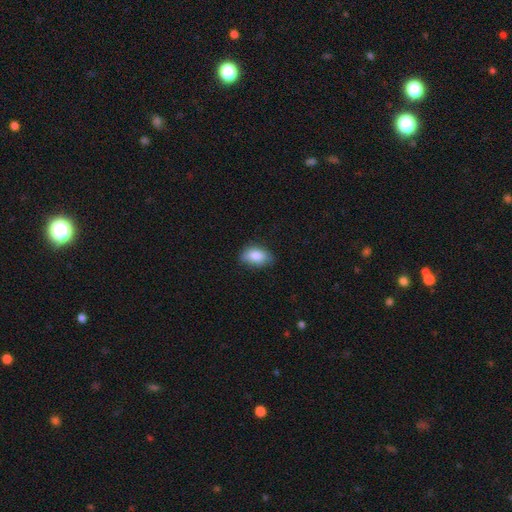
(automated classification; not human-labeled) Q: Smooth or featured?
A: smooth (86%); runner-up: star or artifact (7%)
Q: How rounded?
A: in between (88%); runner-up: round (10%)
Q: Merging?
A: none (80%); runner-up: minor disturbance (16%)